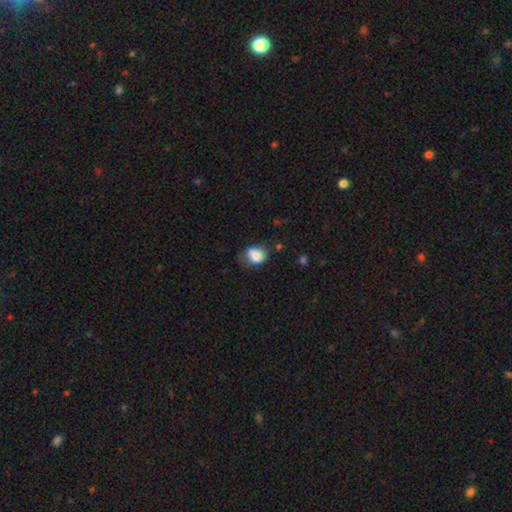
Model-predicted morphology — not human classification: type=smooth (83%); roundness=in between (50%); merging=none (52%).